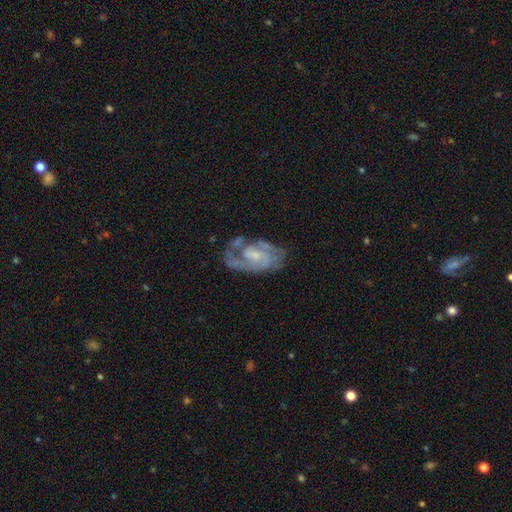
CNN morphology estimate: Smooth or featured? featured or disk (81%)
Edge-on disk? no (96%)
Bar? no (46%)
Spiral arms? yes (88%)
Spiral winding? medium (44%)
Spiral arm count? 2 (43%)
Bulge size? small (49%)
Merging? none (54%)